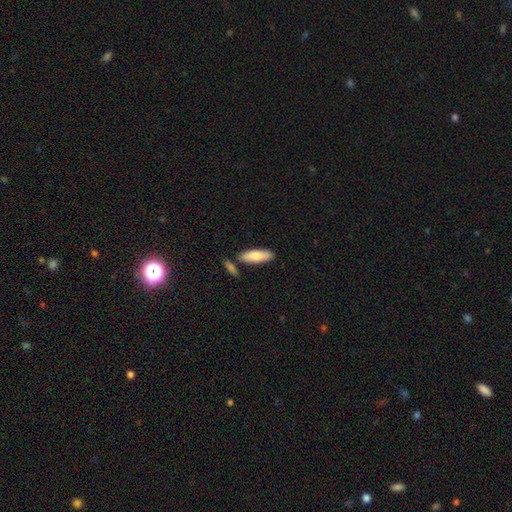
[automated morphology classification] A smooth galaxy with no disk features (79%) that is in between round and cigar-shaped (58%).

Vote fractions:
- Smooth or featured? smooth: 79% / featured or disk: 15% / star or artifact: 5%
- How rounded? in between: 58% / cigar-shaped: 40% / round: 2%
- Merging? none: 76% / minor disturbance: 12% / merger: 10% / major disturbance: 2%